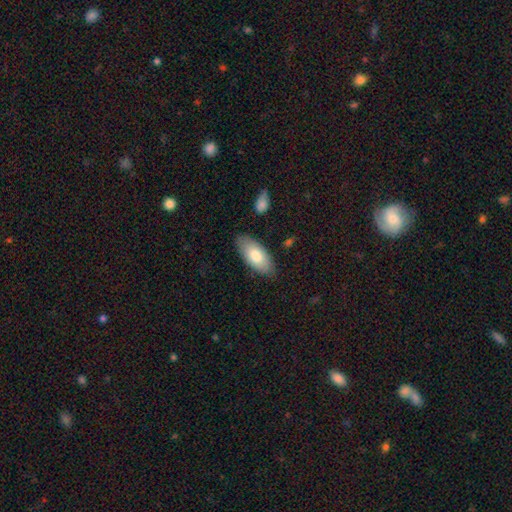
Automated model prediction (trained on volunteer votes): The model was most divided on "smooth or featured": smooth: 76%, featured or disk: 18%, star or artifact: 5%. More confident: how rounded — in between (90%); merging — none (83%).